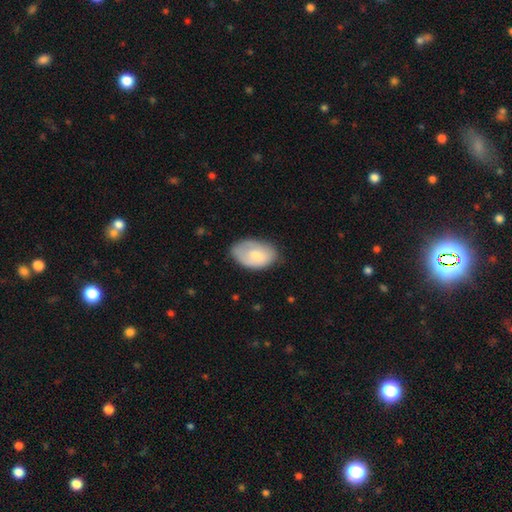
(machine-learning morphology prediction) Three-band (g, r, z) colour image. It shows a smooth galaxy with no disk features (70%) that is in between round and cigar-shaped (91%). Merging: none (61%).